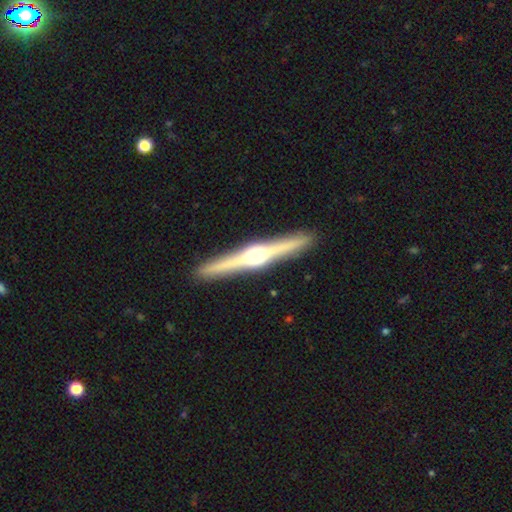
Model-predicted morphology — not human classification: Q: Smooth or featured?
A: featured or disk (78%); runner-up: smooth (16%)
Q: Edge-on disk?
A: yes (98%); runner-up: no (2%)
Q: Edge-on bulge?
A: rounded (94%); runner-up: boxy (4%)
Q: Merging?
A: none (90%); runner-up: minor disturbance (7%)